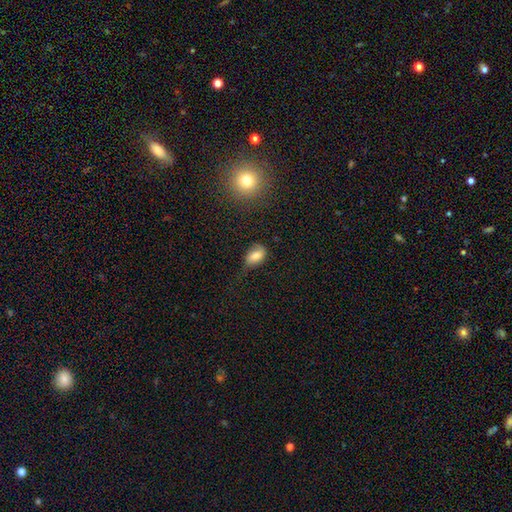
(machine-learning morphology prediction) A smooth galaxy with no disk features (76%) that is in between round and cigar-shaped (87%). Merging: none (52%).